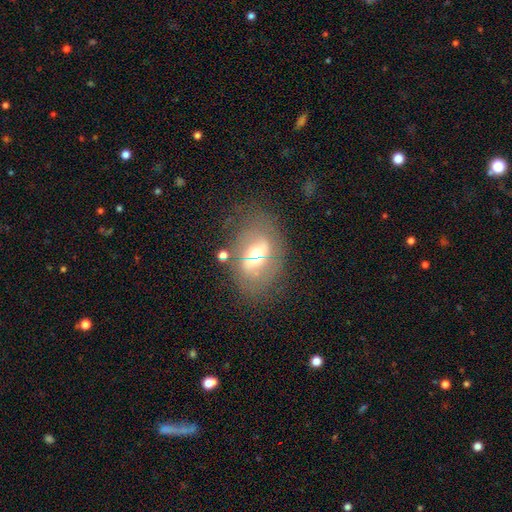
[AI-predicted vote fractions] This is possibly a featured or disk galaxy (55%). It is clearly not viewed edge-on (91%). Bar: marginally no (38%). Spiral arm pattern: possibly no (58%). Central bulge: likely moderate (60%). Merging: possibly none (57%).